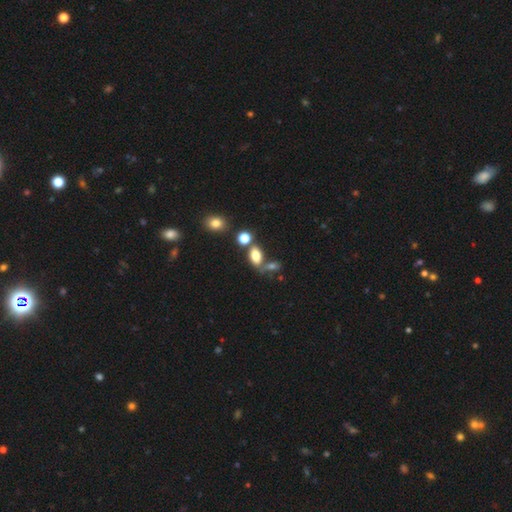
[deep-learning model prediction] Smooth or featured? smooth (79%)
How rounded? in between (85%)
Merging? none (51%)